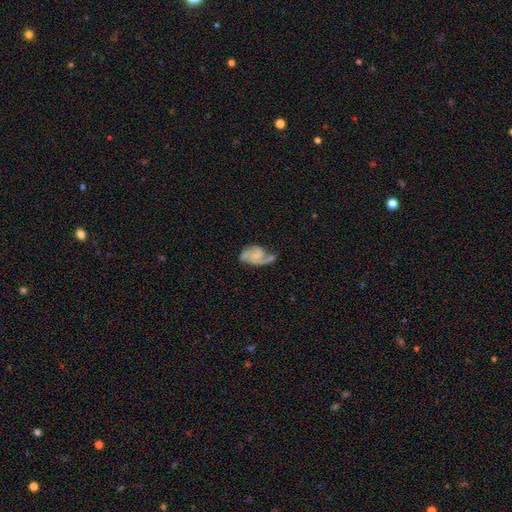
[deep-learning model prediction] Smooth or featured? featured or disk (73%)
Edge-on disk? no (97%)
Bar? no (58%)
Spiral arms? yes (91%)
Spiral winding? medium (43%)
Spiral arm count? 2 (71%)
Bulge size? none (46%)
Merging? none (39%)